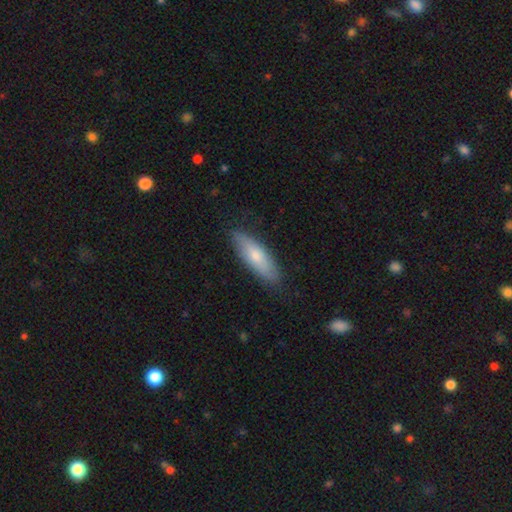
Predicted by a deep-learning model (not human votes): Smooth or featured?
  - smooth: 67% *
  - featured or disk: 27%
  - star or artifact: 6%
How rounded?
  - cigar-shaped: 49% * (tied)
  - in between: 49% * (tied)
  - round: 2%
Merging?
  - none: 83% *
  - minor disturbance: 14%
  - major disturbance: 2%
  - merger: 1%